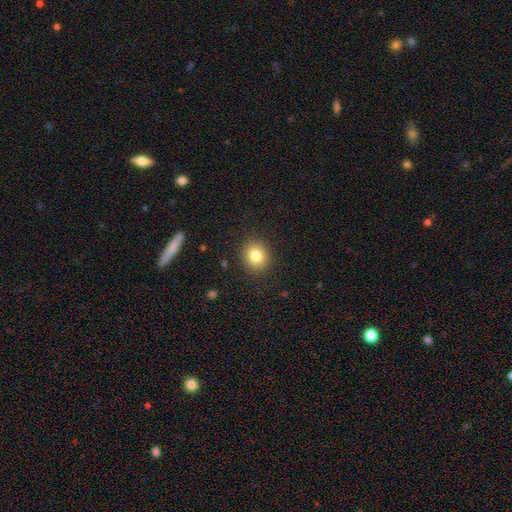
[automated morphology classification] Smooth or featured: smooth — 81% (star or artifact — 11%)
How rounded: round — 69% (in between — 31%)
Merging: none — 89% (minor disturbance — 7%)